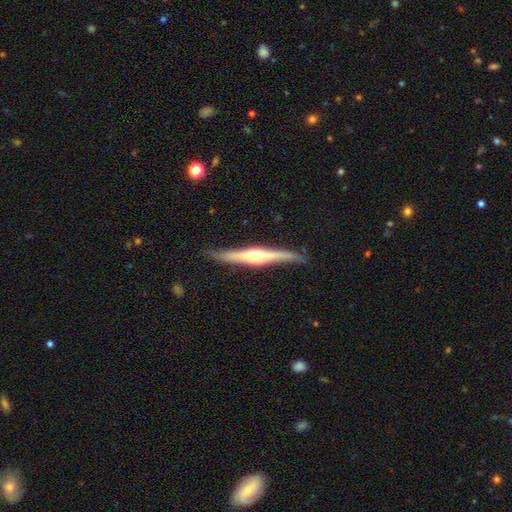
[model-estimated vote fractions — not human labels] This is likely a featured or disk galaxy (77%). It is clearly viewed edge-on (97%). Edge-on bulge: clearly rounded (81%). Merging: clearly none (85%).